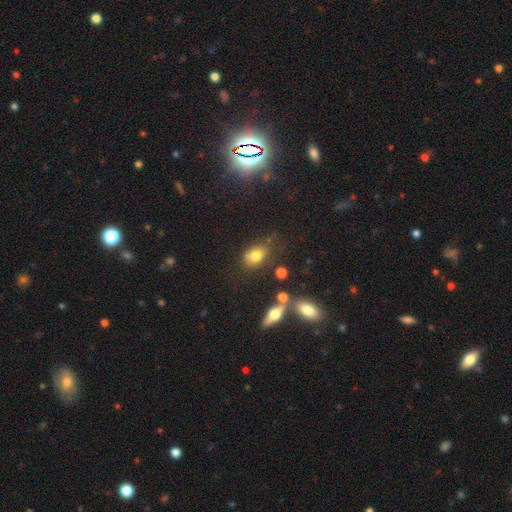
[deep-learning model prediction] Overall: smooth (74%). How rounded: in between (69%). Merging: none (57%; minor disturbance 22%).